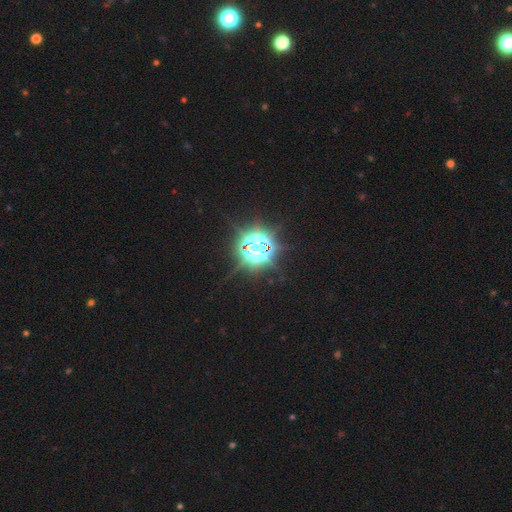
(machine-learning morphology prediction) A star or artifact, not a galaxy (80%).

Vote fractions:
- Smooth or featured? star or artifact: 80% / featured or disk: 11% / smooth: 8%